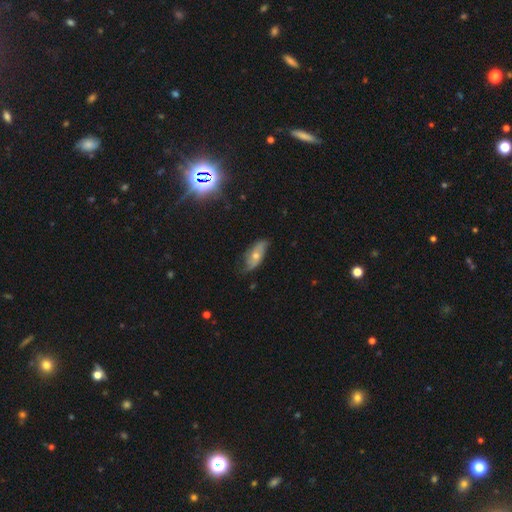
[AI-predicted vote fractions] Smooth or featured?
  - featured or disk: 53% *
  - smooth: 33%
  - star or artifact: 14%
Edge-on disk?
  - no: 77% *
  - yes: 23%
Merging?
  - none: 66% *
  - minor disturbance: 26%
  - major disturbance: 6%
  - merger: 2%